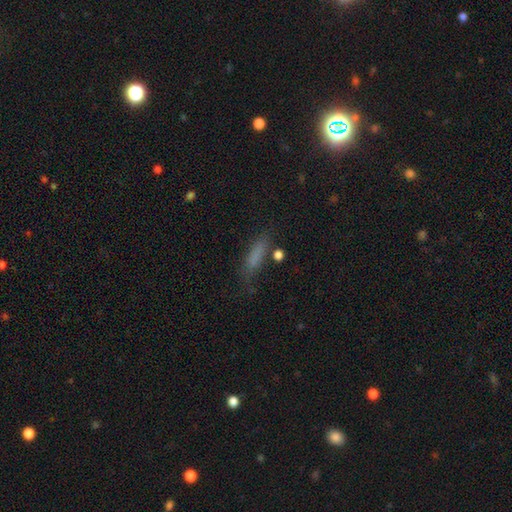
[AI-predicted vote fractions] The model was most divided on "how rounded": cigar-shaped: 59%, in between: 38%, round: 3%. More confident: smooth or featured — smooth (75%); merging — none (63%).